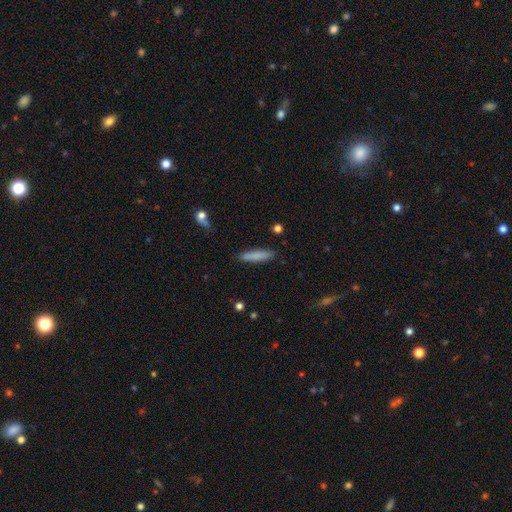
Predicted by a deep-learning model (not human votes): Smooth or featured? Predicted: smooth (p=0.82). How rounded? Predicted: cigar-shaped (p=0.86). Merging? Predicted: none (p=0.88).